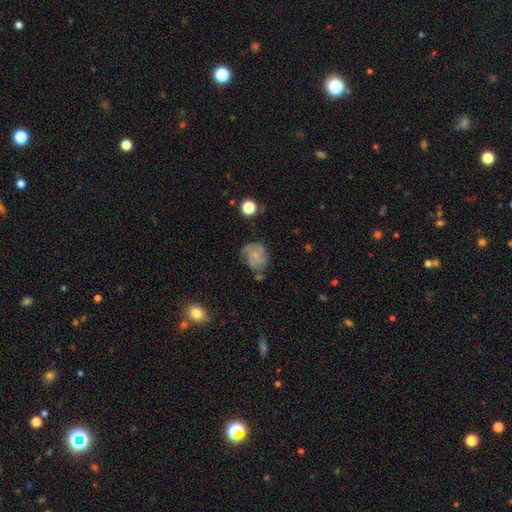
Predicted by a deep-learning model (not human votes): Overall: featured or disk (46%; smooth 45%). Merging: none (46%; minor disturbance 30%).